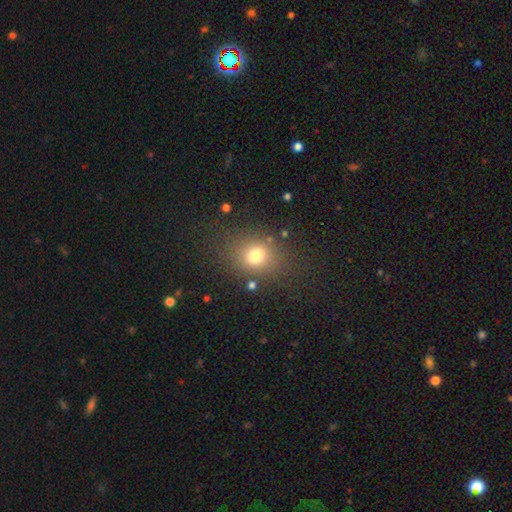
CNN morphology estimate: smooth-or-featured: smooth: 74% | star or artifact: 16% | featured or disk: 10%
  how-rounded: round: 59% | in between: 40% | cigar-shaped: 1%
  merging: none: 79% | minor disturbance: 11% | major disturbance: 6% | merger: 3%